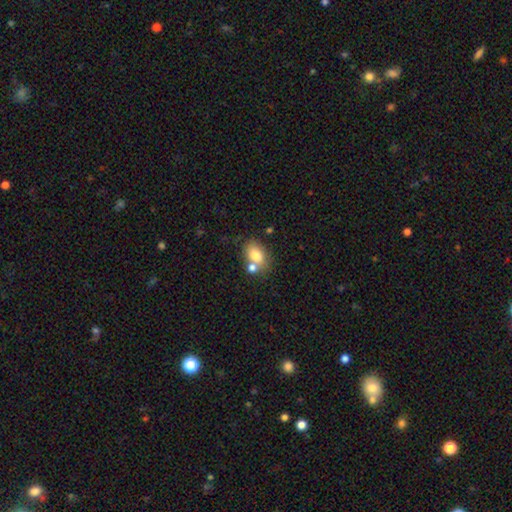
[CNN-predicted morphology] Overall: smooth (78%). How rounded: in between (76%). Merging: none (53%; merger 30%).